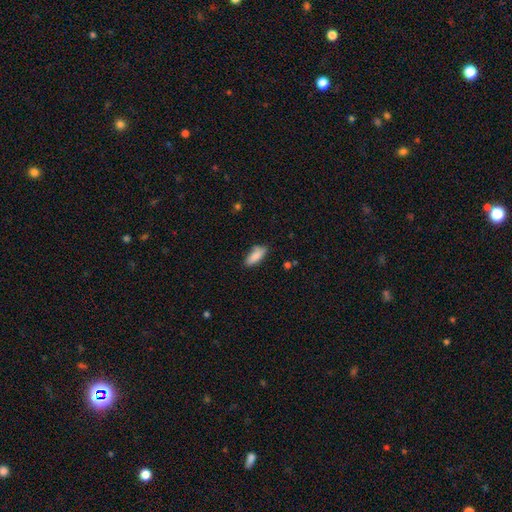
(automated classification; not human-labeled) Smooth or featured? Predicted: smooth (p=0.87). How rounded? Predicted: in between (p=0.74). Merging? Predicted: none (p=0.79).